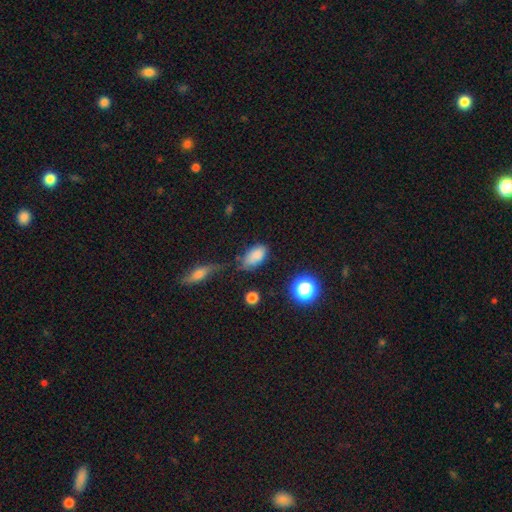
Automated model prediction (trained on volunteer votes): smooth-or-featured: smooth: 82% | star or artifact: 11% | featured or disk: 7%
  how-rounded: in between: 91% | round: 6% | cigar-shaped: 3%
  merging: none: 55% | minor disturbance: 27% | major disturbance: 10% | merger: 8%